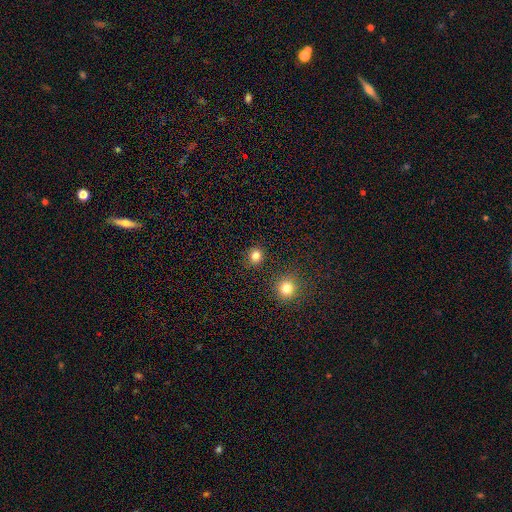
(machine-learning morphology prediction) smooth-or-featured: smooth: 81% | star or artifact: 14% | featured or disk: 5%
  how-rounded: round: 86% | in between: 13% | cigar-shaped: 1%
  merging: none: 89% | minor disturbance: 6% | merger: 2% | major disturbance: 2%